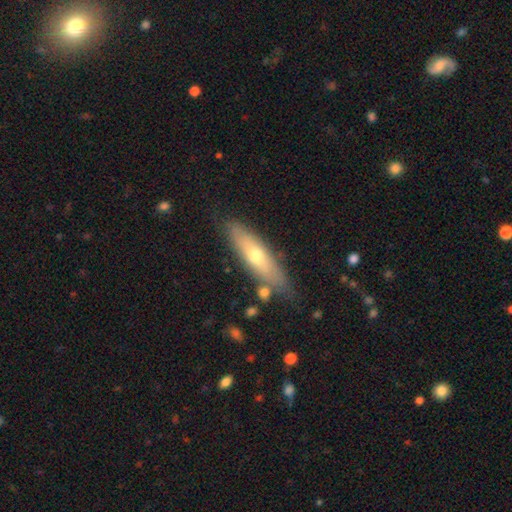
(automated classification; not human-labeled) smooth 53%, featured or disk 41%, star or artifact 6%. Down the decision tree: how rounded — cigar-shaped (61%); merging — none (77%).